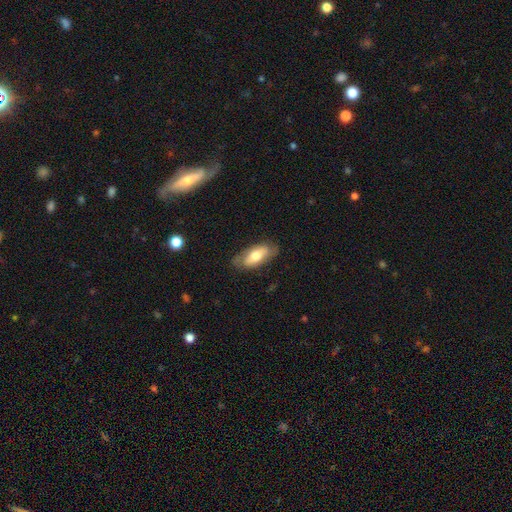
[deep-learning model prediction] Overall: smooth (64%; featured or disk 30%). How rounded: in between (85%). Merging: none (74%).